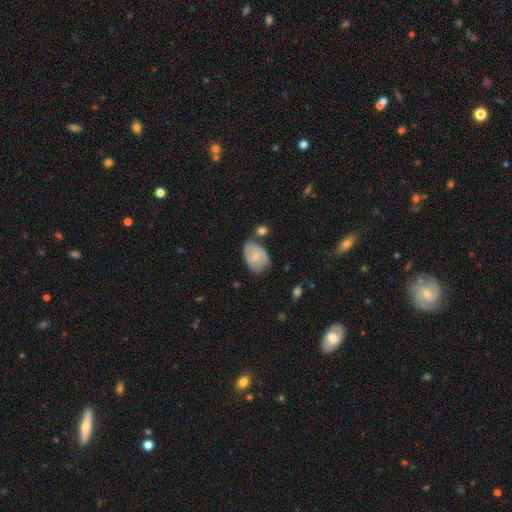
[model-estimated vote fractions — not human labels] Smooth or featured: smooth — 55% (featured or disk — 38%)
How rounded: in between — 77% (round — 22%)
Merging: none — 46% (minor disturbance — 34%)